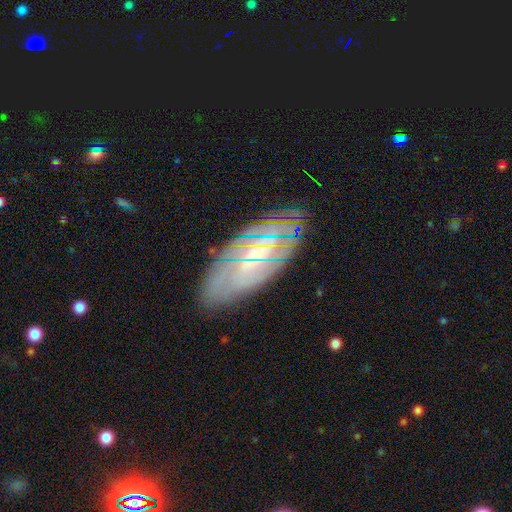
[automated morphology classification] featured or disk 73%, smooth 16%, star or artifact 12%. Down the decision tree: edge-on disk — no (87%); bar — no (49%); spiral arms — yes (88%); spiral arm count — can't tell (53%); spiral winding — tight (73%); bulge size — small (52%); merging — none (79%).